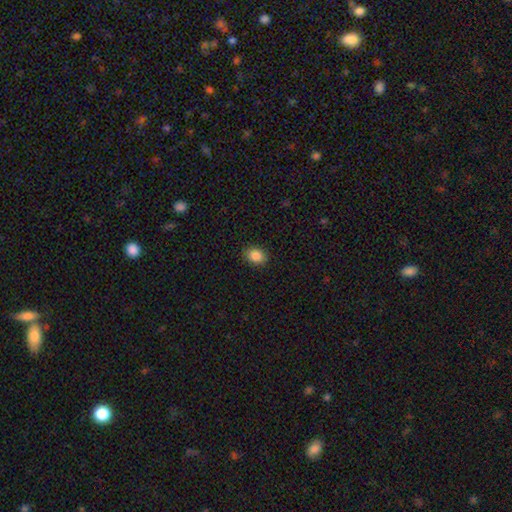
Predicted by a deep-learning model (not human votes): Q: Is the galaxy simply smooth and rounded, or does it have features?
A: smooth — 87%.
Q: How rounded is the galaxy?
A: in between — 59%.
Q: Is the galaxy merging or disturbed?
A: none — 89%.